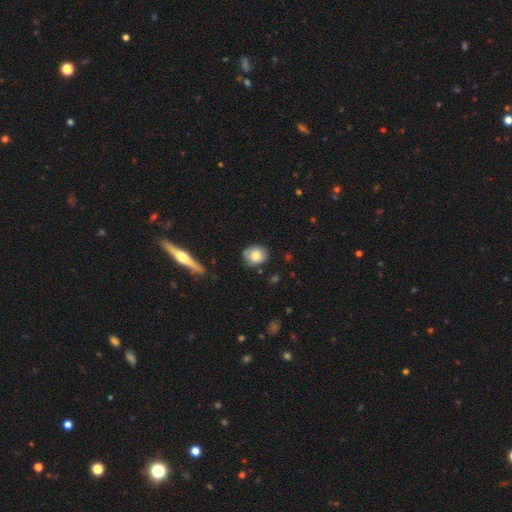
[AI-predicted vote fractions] Smooth or featured?
  - smooth: 77% *
  - featured or disk: 15%
  - star or artifact: 8%
How rounded?
  - round: 75% *
  - in between: 23%
  - cigar-shaped: 1%
Merging?
  - none: 75% *
  - minor disturbance: 18%
  - major disturbance: 4%
  - merger: 3%